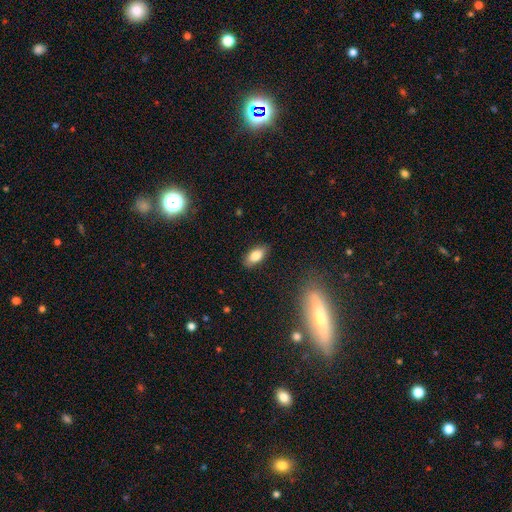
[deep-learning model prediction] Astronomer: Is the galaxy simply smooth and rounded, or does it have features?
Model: smooth — 81%.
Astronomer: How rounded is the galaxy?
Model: in between — 89%.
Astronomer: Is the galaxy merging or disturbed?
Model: none — 87%.